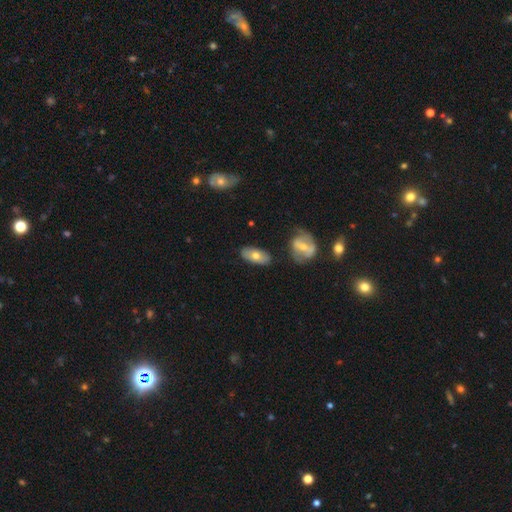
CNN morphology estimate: smooth-or-featured: smooth: 63% | featured or disk: 30% | star or artifact: 7%
  how-rounded: in between: 89% | cigar-shaped: 7% | round: 4%
  merging: none: 78% | minor disturbance: 14% | merger: 4% | major disturbance: 3%